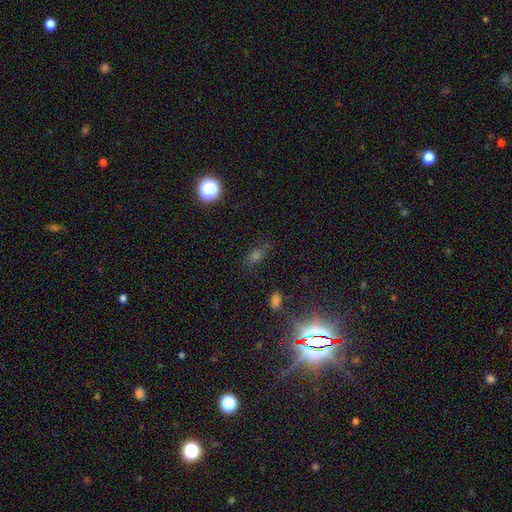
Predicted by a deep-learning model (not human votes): This appears to be a smooth galaxy with no disk features (45%). Merging: none (72%).